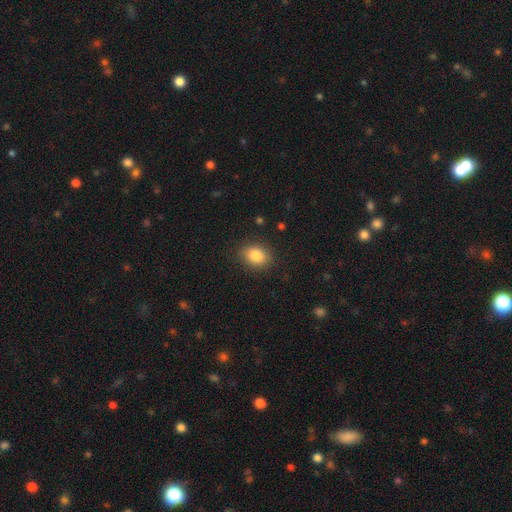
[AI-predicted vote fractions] This appears to be a smooth galaxy with no disk features (84%) that is in between round and cigar-shaped (61%). Merging: none (87%).